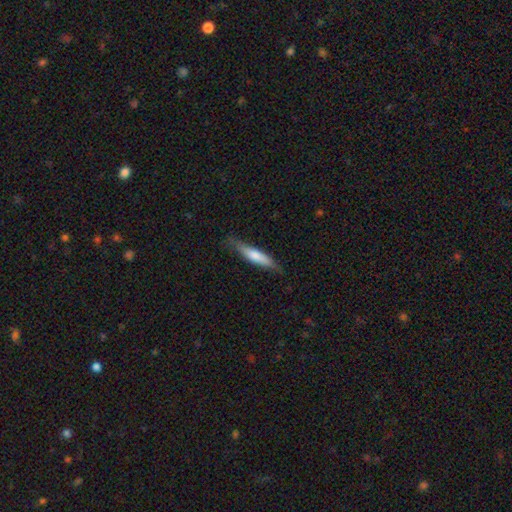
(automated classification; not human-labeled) This is likely a smooth galaxy (65%). How rounded: clearly cigar-shaped (84%). Merging: likely none (78%).